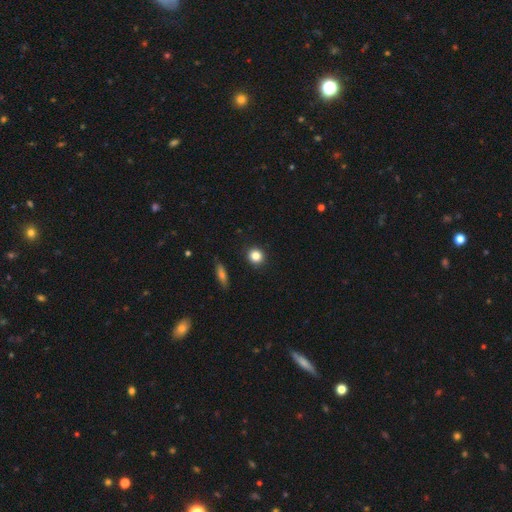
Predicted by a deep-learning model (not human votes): smooth 84%, star or artifact 11%, featured or disk 6%. Down the decision tree: how rounded — round (87%); merging — none (91%).